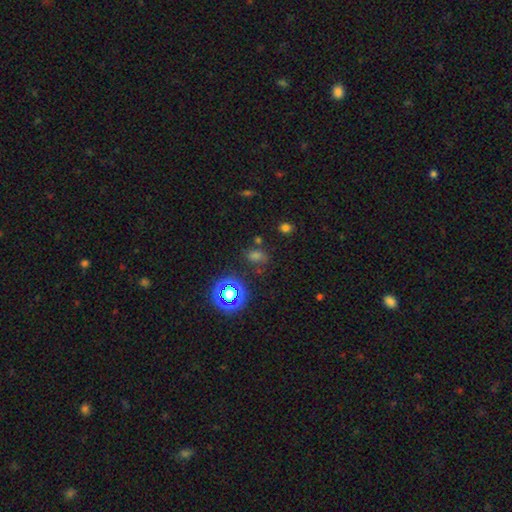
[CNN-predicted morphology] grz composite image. It shows a smooth galaxy with no disk features (52%) that is in between round and cigar-shaped (58%). Merging: none (72%).